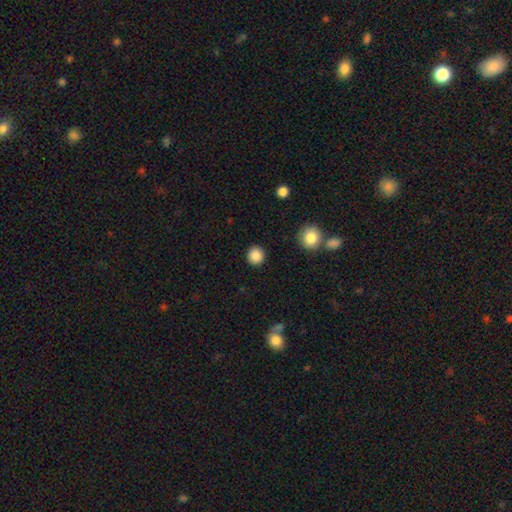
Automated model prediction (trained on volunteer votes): The model was most divided on "smooth or featured": smooth: 87%, star or artifact: 10%, featured or disk: 3%. More confident: how rounded — round (92%); merging — none (91%).